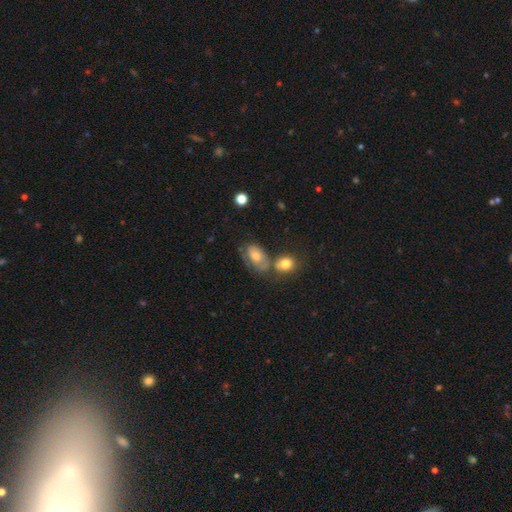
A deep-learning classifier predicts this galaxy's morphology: A smooth galaxy with no disk features (58%) that is in between round and cigar-shaped (87%). Merging: none (38%).